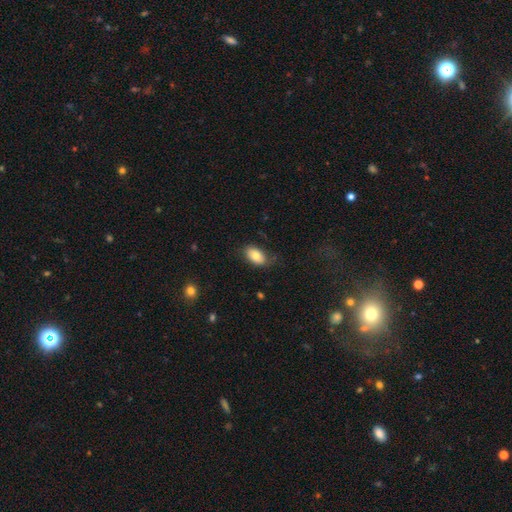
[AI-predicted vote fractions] Smooth or featured? Predicted: smooth (p=0.79). How rounded? Predicted: in between (p=0.92). Merging? Predicted: none (p=0.74).